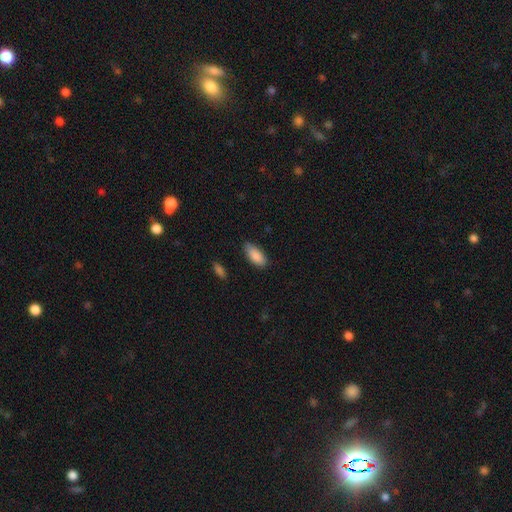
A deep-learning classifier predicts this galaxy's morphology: Smooth or featured?
  - smooth: 88% *
  - star or artifact: 6%
  - featured or disk: 5%
How rounded?
  - in between: 85% *
  - cigar-shaped: 13%
  - round: 2%
Merging?
  - none: 81% *
  - minor disturbance: 15%
  - major disturbance: 3%
  - merger: 1%